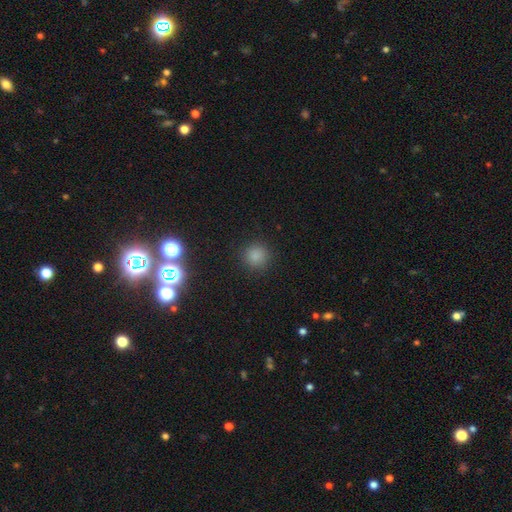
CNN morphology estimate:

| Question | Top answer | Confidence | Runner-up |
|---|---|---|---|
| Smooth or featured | smooth | 82% | star or artifact (14%) |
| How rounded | round | 94% | in between (5%) |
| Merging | none | 90% | minor disturbance (6%) |